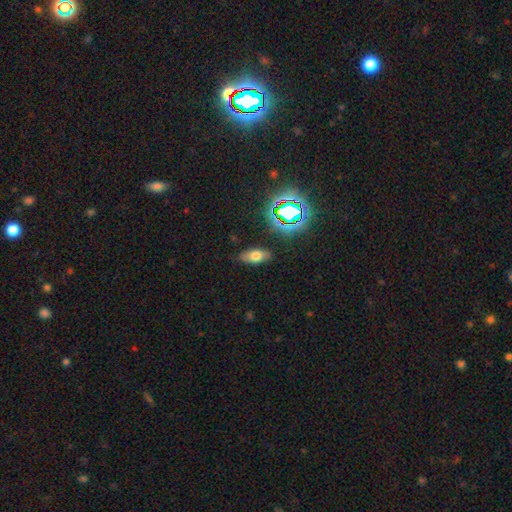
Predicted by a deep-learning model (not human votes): Morphology: type=smooth (66%); roundness=in between (87%); merging=none (84%).